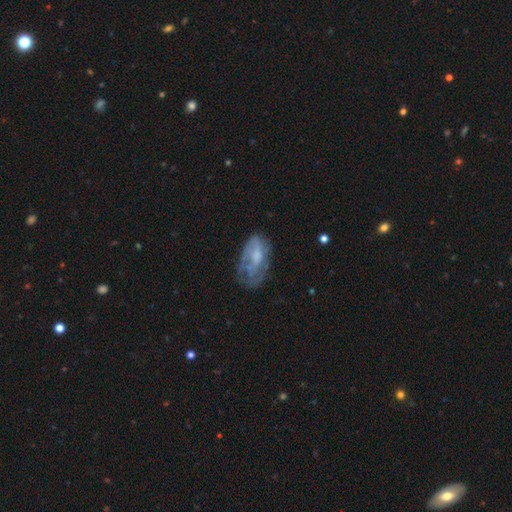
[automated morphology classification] featured or disk 46%, smooth 45%, star or artifact 9%. Down the decision tree: merging — none (41%).